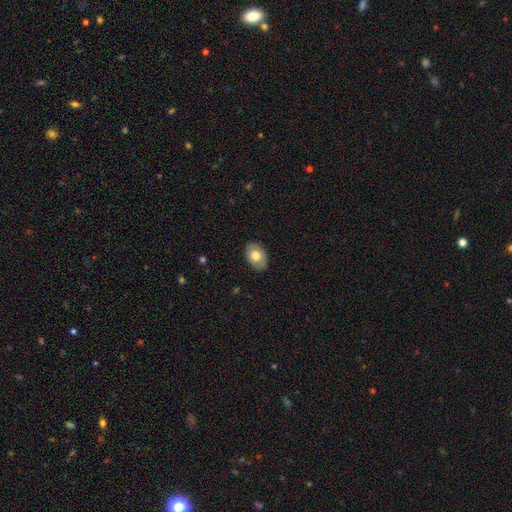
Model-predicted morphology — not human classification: Overall: smooth (72%). How rounded: in between (83%). Merging: none (85%).